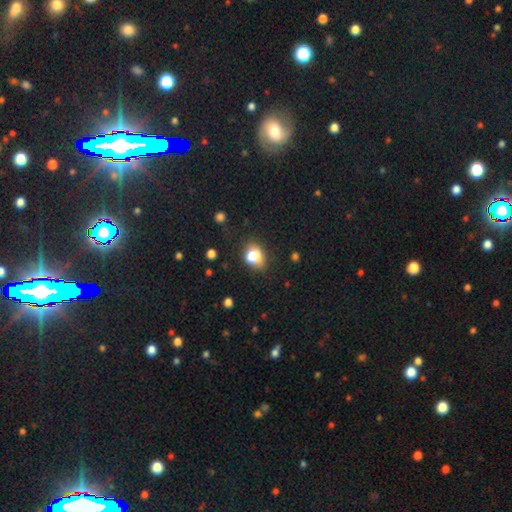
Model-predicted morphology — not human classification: smooth_or_featured: smooth (p=0.76) [alt: featured or disk p=0.12]
how_rounded: round (p=0.51) [alt: in between p=0.48]
merging: none (p=0.55) [alt: minor disturbance p=0.25]